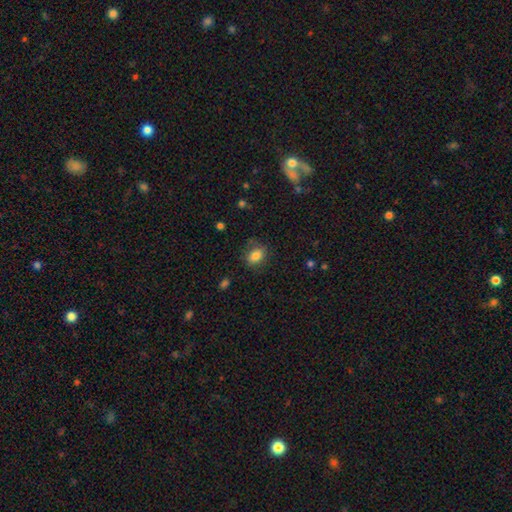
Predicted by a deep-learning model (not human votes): This is clearly a smooth galaxy (82%). How rounded: likely in between (70%). Merging: likely none (74%).